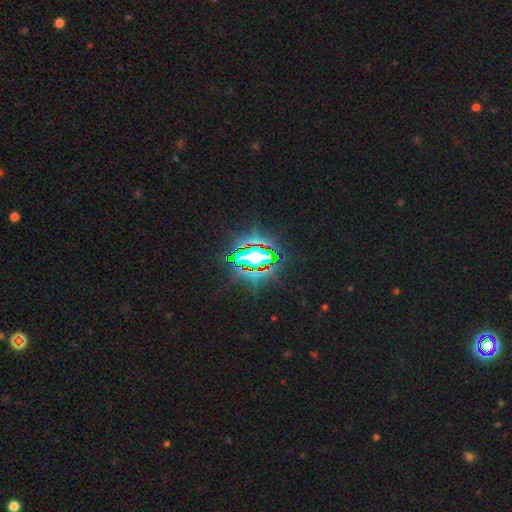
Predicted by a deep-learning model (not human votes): star or artifact 83%, smooth 10%, featured or disk 7%.